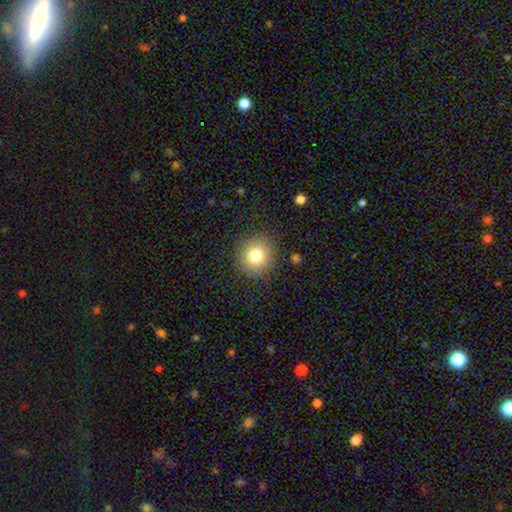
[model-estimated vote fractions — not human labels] A smooth galaxy with no disk features (78%) that is round (91%).

Vote fractions:
- Smooth or featured? smooth: 78% / star or artifact: 12% / featured or disk: 10%
- How rounded? round: 91% / in between: 8% / cigar-shaped: 1%
- Merging? none: 88% / minor disturbance: 8% / major disturbance: 3% / merger: 1%